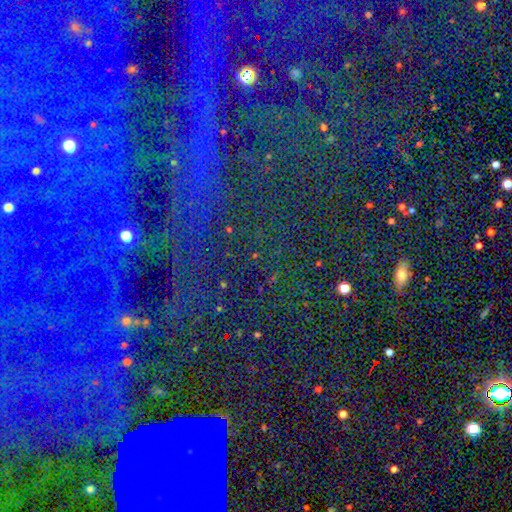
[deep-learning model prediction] smooth-or-featured: star or artifact: 79% | smooth: 13% | featured or disk: 8%